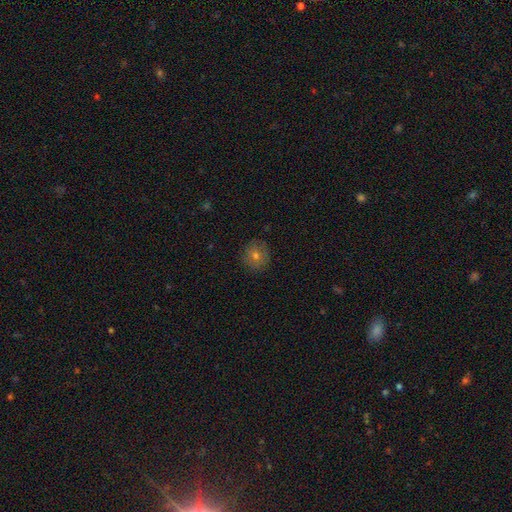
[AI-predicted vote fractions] Smooth or featured? Predicted: smooth (p=0.63). How rounded? Predicted: round (p=0.90). Merging? Predicted: none (p=0.86).